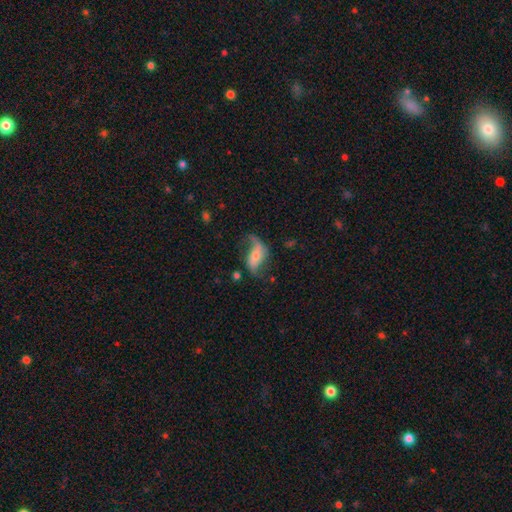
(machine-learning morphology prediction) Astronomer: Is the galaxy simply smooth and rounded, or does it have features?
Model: featured or disk — 70%.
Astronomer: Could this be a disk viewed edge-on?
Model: no — 94%.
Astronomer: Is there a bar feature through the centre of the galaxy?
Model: no — 40% (runner-up: weak, 34%).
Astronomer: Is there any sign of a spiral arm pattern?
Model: yes — 90%.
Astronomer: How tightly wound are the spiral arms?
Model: loose — 83%.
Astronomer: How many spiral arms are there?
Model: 2 — 82%.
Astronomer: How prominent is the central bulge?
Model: small — 52% (runner-up: moderate, 30%).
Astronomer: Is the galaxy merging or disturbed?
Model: none — 52%.